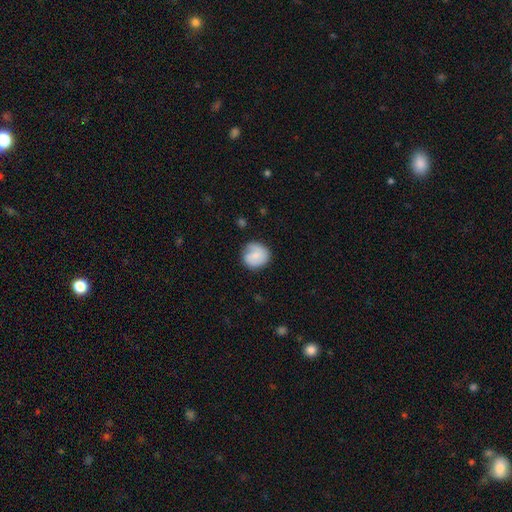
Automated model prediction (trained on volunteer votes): Morphology: type=smooth (58%); roundness=round (81%); merging=none (66%).